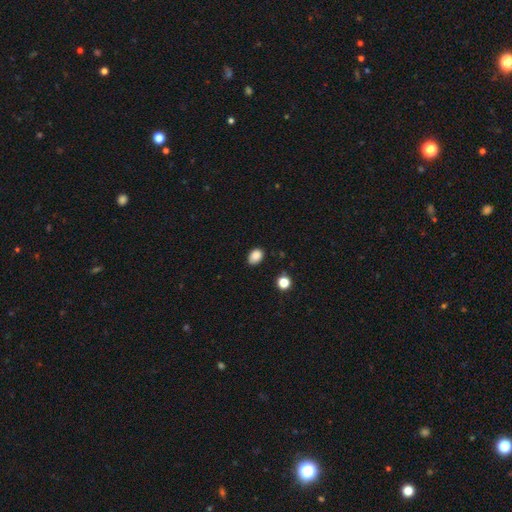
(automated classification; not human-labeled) Morphology: type=smooth (86%); roundness=in between (69%); merging=none (80%).